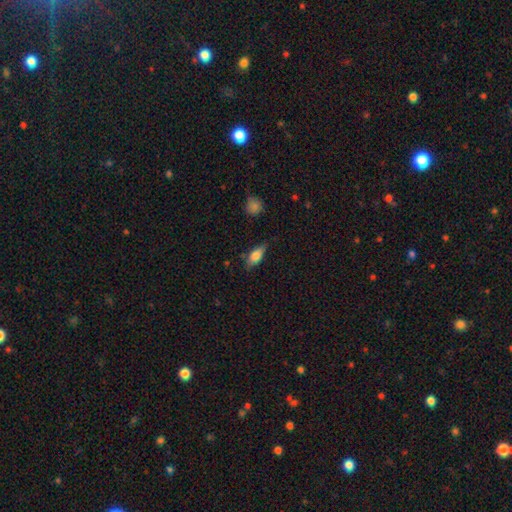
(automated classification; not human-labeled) A smooth galaxy with no disk features (68%) that is in between round and cigar-shaped (76%).

Vote fractions:
- Smooth or featured? smooth: 68% / featured or disk: 24% / star or artifact: 7%
- How rounded? in between: 76% / cigar-shaped: 19% / round: 4%
- Merging? none: 73% / minor disturbance: 21% / major disturbance: 4% / merger: 2%